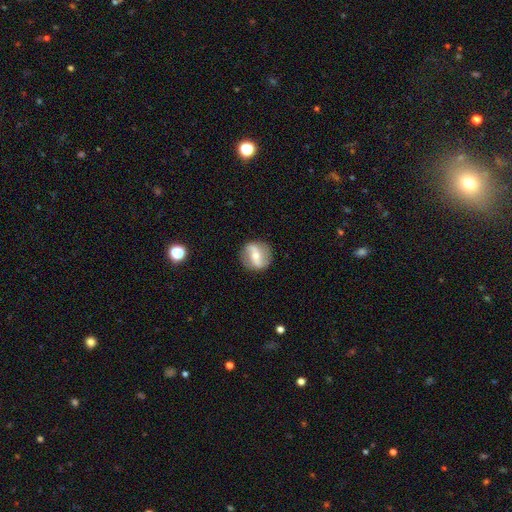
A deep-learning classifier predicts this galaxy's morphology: Q: Smooth or featured?
A: featured or disk (69%); runner-up: smooth (24%)
Q: Edge-on disk?
A: no (94%); runner-up: yes (6%)
Q: Bar?
A: strong (48%); runner-up: weak (31%)
Q: Spiral arms?
A: yes (78%); runner-up: no (22%)
Q: Spiral winding?
A: loose (57%); runner-up: medium (29%)
Q: Spiral arm count?
A: 2 (89%); runner-up: can't tell (5%)
Q: Bulge size?
A: moderate (50%); runner-up: small (45%)
Q: Merging?
A: none (86%); runner-up: minor disturbance (10%)